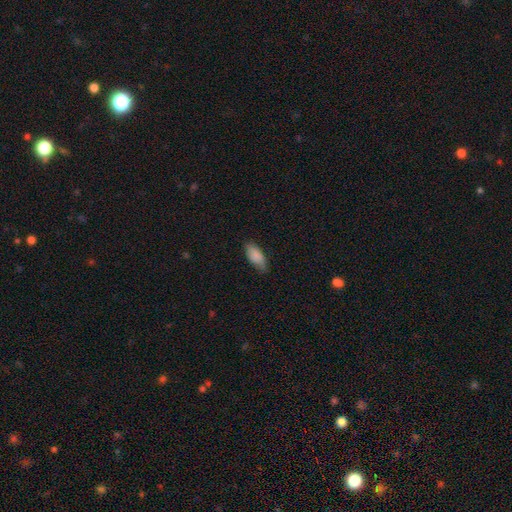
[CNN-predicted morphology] The model was most divided on "merging": none: 71%, minor disturbance: 24%, major disturbance: 4%, merger: 1%. More confident: how rounded — in between (88%); smooth or featured — smooth (87%).